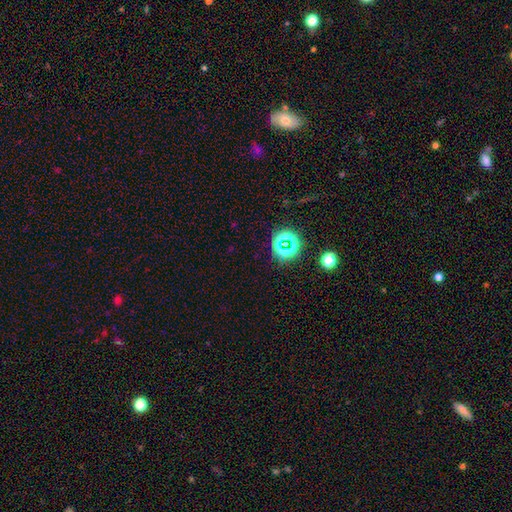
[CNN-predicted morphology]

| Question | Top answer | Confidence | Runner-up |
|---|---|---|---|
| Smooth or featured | star or artifact | 70% | smooth (23%) |